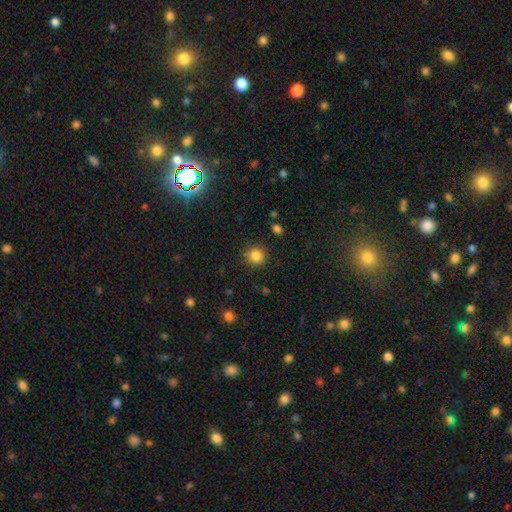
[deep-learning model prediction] Smooth or featured: smooth — 84% (star or artifact — 12%)
How rounded: round — 93% (in between — 6%)
Merging: none — 91% (minor disturbance — 6%)